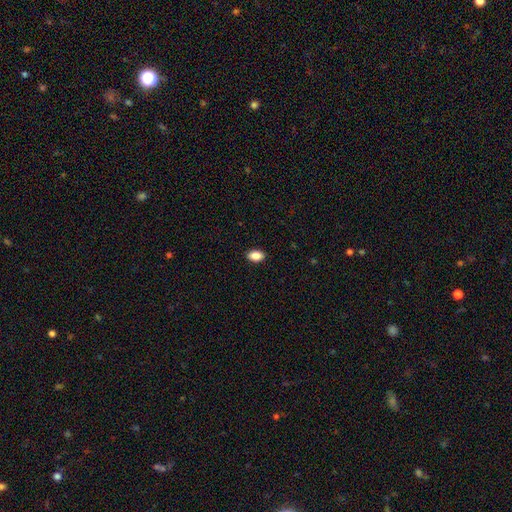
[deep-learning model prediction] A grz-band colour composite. It shows a smooth galaxy with no disk features (89%) that is in between round and cigar-shaped (90%). Merging: none (90%).